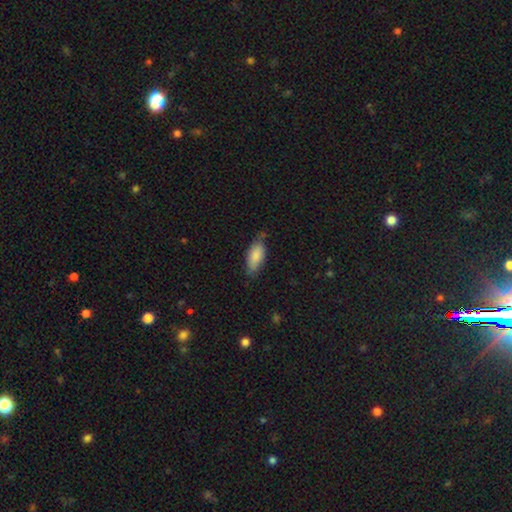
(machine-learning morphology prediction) This appears to be a smooth galaxy with no disk features (83%) that is in between round and cigar-shaped (86%). Merging: none (67%).